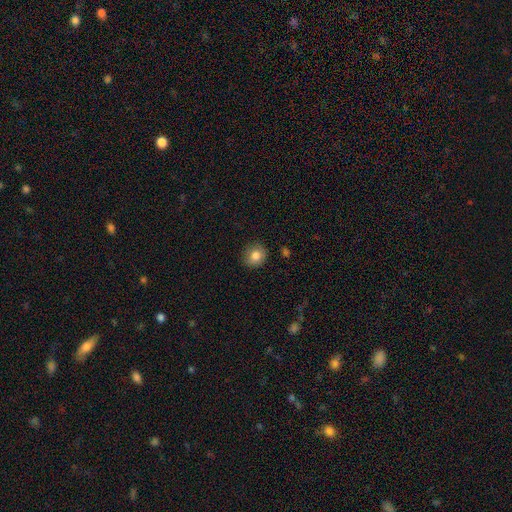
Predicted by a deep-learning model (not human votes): Smooth or featured?
  - smooth: 82% *
  - star or artifact: 10%
  - featured or disk: 8%
How rounded?
  - round: 82% *
  - in between: 17%
  - cigar-shaped: 1%
Merging?
  - none: 84% *
  - minor disturbance: 12%
  - major disturbance: 2%
  - merger: 1%